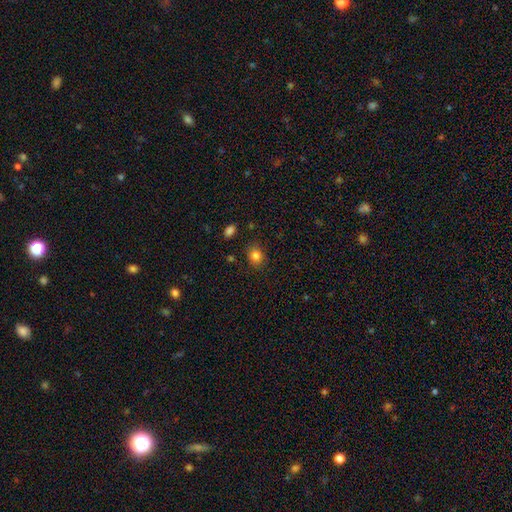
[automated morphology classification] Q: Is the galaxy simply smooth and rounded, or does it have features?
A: smooth — 83%.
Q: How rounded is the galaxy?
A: round — 61%.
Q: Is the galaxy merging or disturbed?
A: none — 85%.